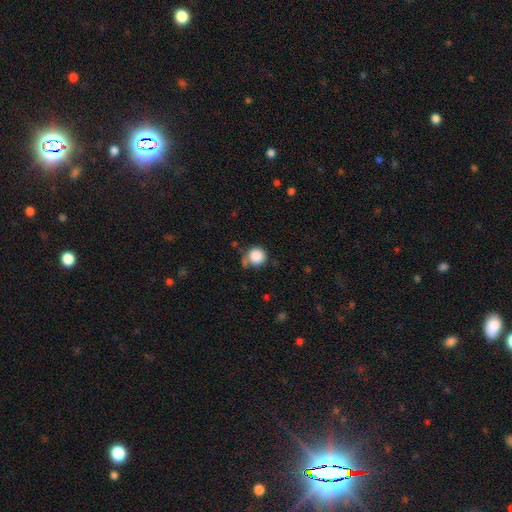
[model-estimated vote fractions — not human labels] Smooth or featured: smooth — 87% (star or artifact — 9%)
How rounded: round — 94% (in between — 5%)
Merging: none — 67% (minor disturbance — 18%)